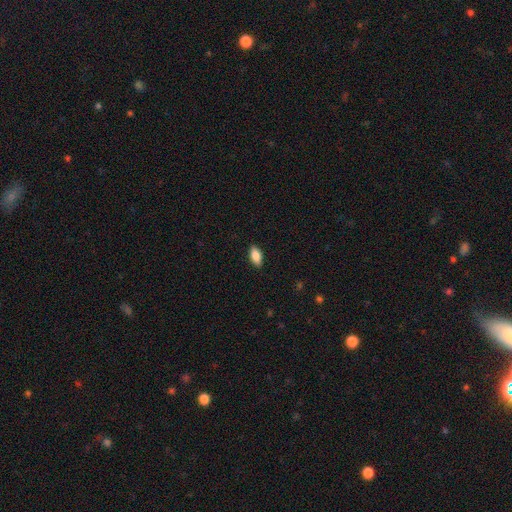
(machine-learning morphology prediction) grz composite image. It shows a smooth galaxy with no disk features (85%) that is in between round and cigar-shaped (90%). Merging: none (89%).